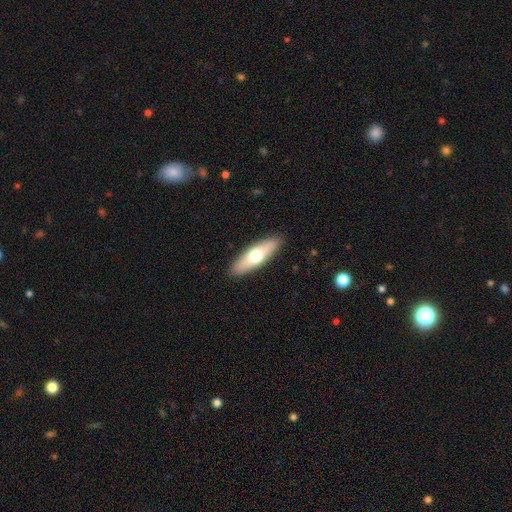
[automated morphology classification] Smooth or featured?
  - smooth: 63% *
  - featured or disk: 32%
  - star or artifact: 6%
How rounded?
  - cigar-shaped: 52% *
  - in between: 46%
  - round: 2%
Merging?
  - none: 90% *
  - minor disturbance: 8%
  - major disturbance: 2%
  - merger: 1%